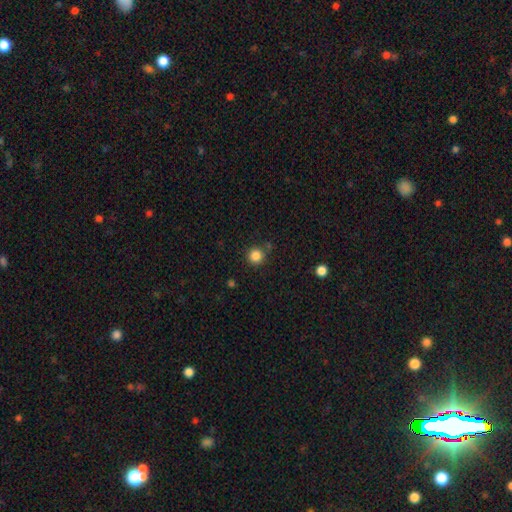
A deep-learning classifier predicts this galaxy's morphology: A smooth galaxy with no disk features (85%) that is round (94%).

Vote fractions:
- Smooth or featured? smooth: 85% / star or artifact: 12% / featured or disk: 4%
- How rounded? round: 94% / in between: 5% / cigar-shaped: 1%
- Merging? none: 81% / minor disturbance: 10% / merger: 6% / major disturbance: 3%